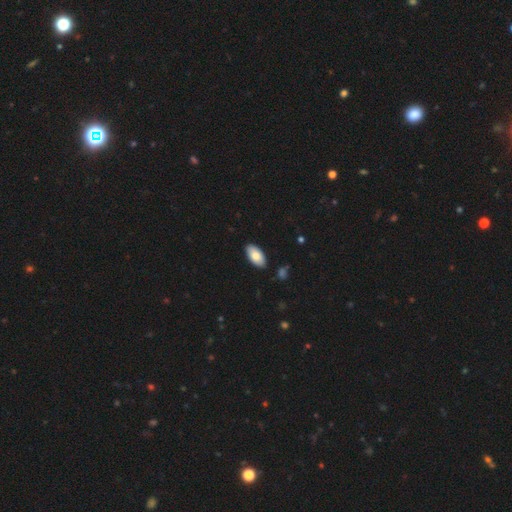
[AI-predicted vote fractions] smooth 82%, featured or disk 12%, star or artifact 6%. Down the decision tree: how rounded — in between (95%); merging — none (88%).